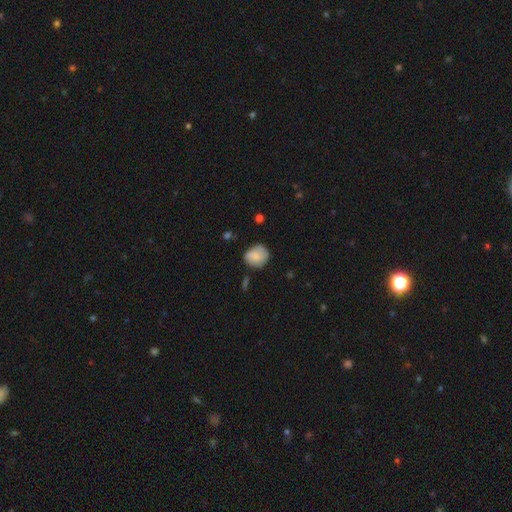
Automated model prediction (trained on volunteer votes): smooth_or_featured: smooth (p=0.77) [alt: featured or disk p=0.16]
how_rounded: round (p=0.75) [alt: in between p=0.24]
merging: none (p=0.67) [alt: minor disturbance p=0.25]